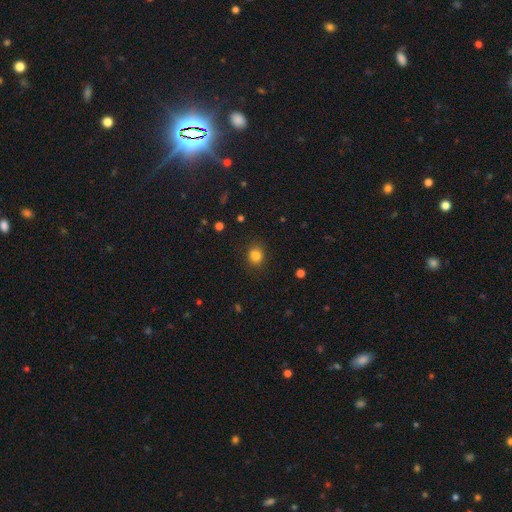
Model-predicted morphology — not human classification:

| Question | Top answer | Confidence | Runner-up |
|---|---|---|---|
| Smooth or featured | smooth | 83% | star or artifact (12%) |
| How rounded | round | 72% | in between (27%) |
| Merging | none | 85% | minor disturbance (10%) |